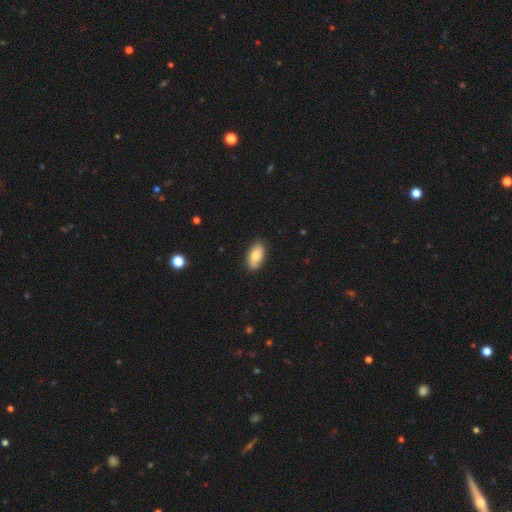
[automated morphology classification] Smooth or featured: smooth — 81% (featured or disk — 12%)
How rounded: in between — 93% (round — 4%)
Merging: none — 86% (minor disturbance — 11%)